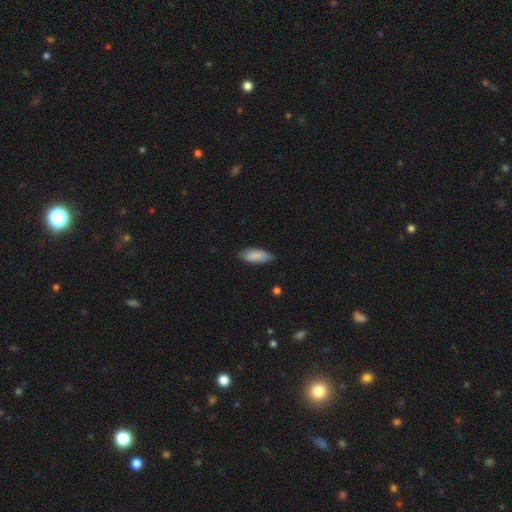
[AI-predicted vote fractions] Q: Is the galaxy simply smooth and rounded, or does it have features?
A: smooth — 88%.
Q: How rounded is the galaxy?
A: in between — 75%.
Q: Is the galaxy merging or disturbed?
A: none — 79%.